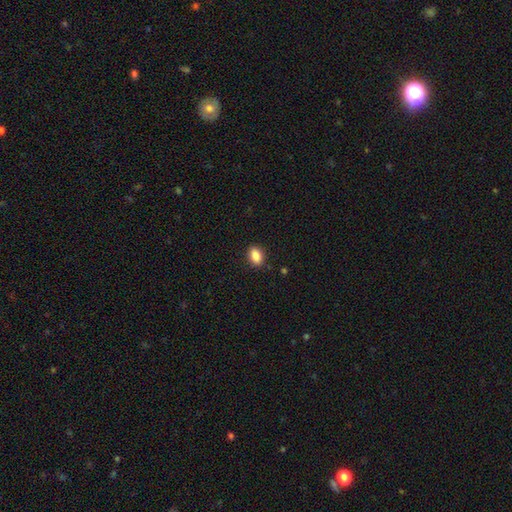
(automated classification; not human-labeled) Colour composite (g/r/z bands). It shows a smooth galaxy with no disk features (88%) that is in between round and cigar-shaped (85%). Merging: none (88%).